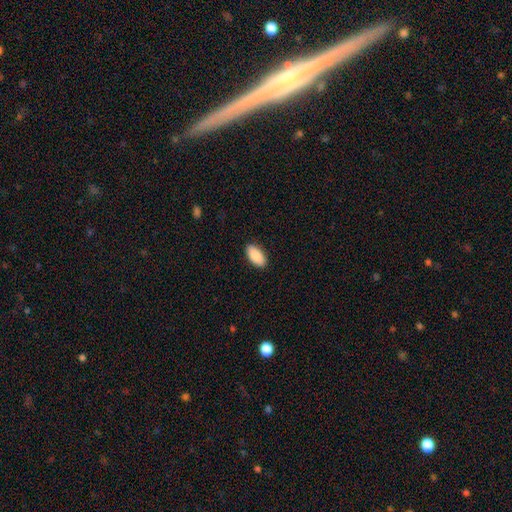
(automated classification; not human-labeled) The model was most divided on "merging": none: 89%, minor disturbance: 8%, major disturbance: 2%, merger: 1%. More confident: how rounded — in between (94%); smooth or featured — smooth (89%).